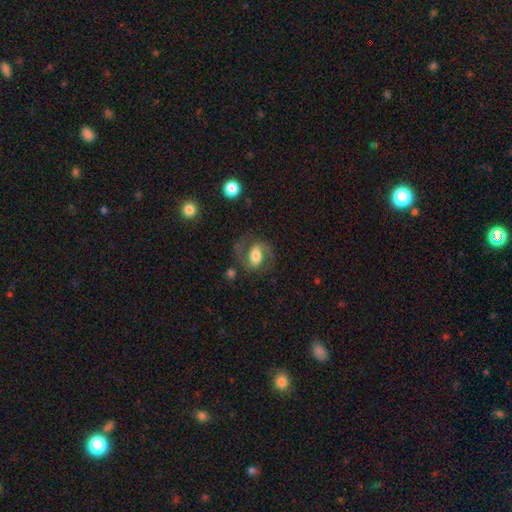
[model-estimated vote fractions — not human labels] This is likely a featured or disk galaxy (64%). It is clearly not viewed edge-on (96%). Bar: marginally weak (40%). Spiral arm pattern: clearly yes (88%). Spiral arm count: clearly 2 (89%). Spiral winding: possibly medium (55%). Central bulge: possibly moderate (51%). Merging: likely none (67%).